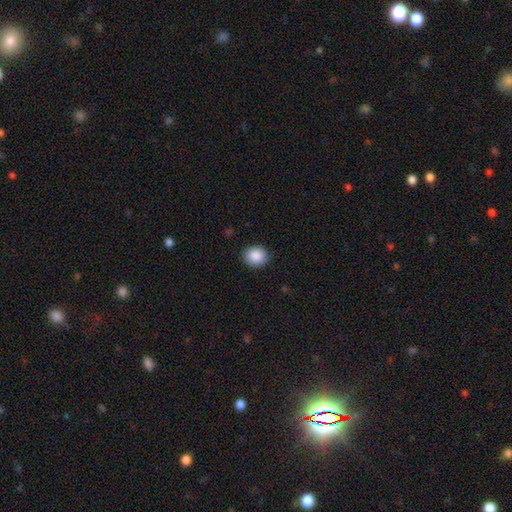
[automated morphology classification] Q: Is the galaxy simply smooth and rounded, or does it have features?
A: smooth — 88%.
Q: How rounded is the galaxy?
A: round — 78%.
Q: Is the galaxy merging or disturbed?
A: none — 90%.